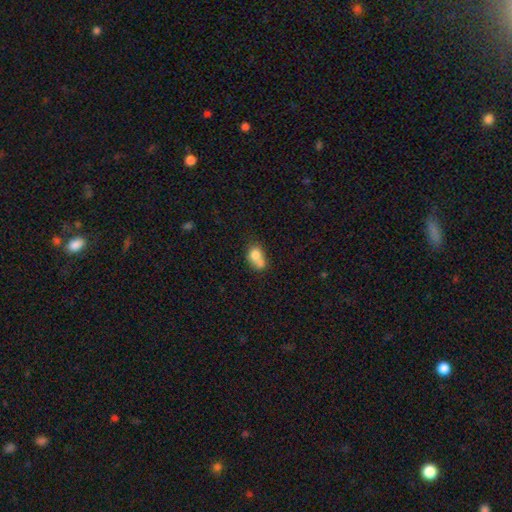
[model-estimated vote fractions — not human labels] A smooth galaxy with no disk features (75%) that is in between round and cigar-shaped (57%).

Vote fractions:
- Smooth or featured? smooth: 75% / featured or disk: 16% / star or artifact: 9%
- How rounded? in between: 57% / round: 41% / cigar-shaped: 2%
- Merging? merger: 48% / none: 29% / minor disturbance: 16% / major disturbance: 7%